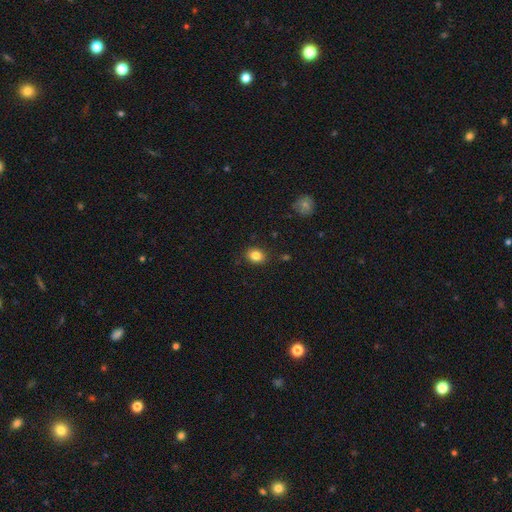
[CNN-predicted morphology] Overall: smooth (84%). How rounded: in between (50%; round 49%). Merging: none (86%).